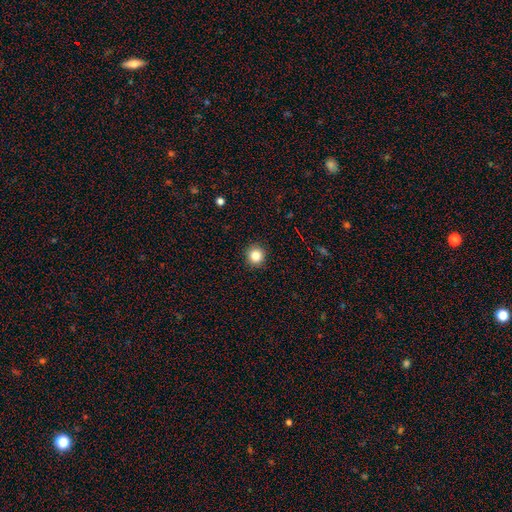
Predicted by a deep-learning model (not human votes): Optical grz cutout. It shows a smooth galaxy with no disk features (83%) that is round (94%). Merging: none (93%).